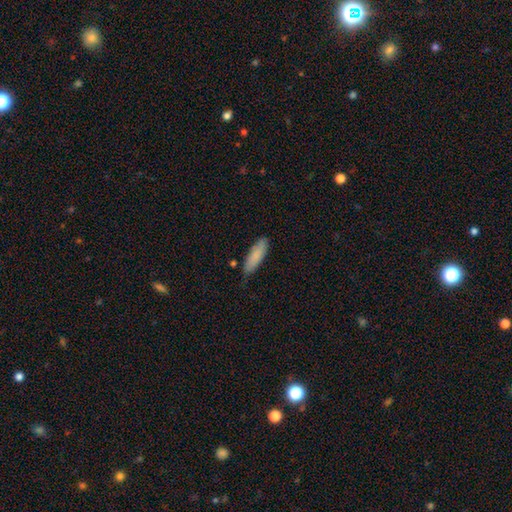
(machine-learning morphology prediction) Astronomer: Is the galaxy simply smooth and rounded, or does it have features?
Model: smooth — 84%.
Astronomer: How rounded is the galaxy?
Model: cigar-shaped — 53% (runner-up: in between, 46%).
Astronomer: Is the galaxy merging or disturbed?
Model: none — 76%.